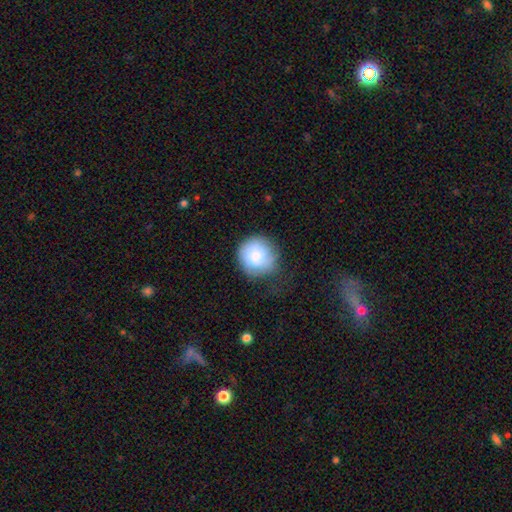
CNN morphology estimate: Overall: smooth (79%). How rounded: round (92%). Merging: none (59%; minor disturbance 28%).